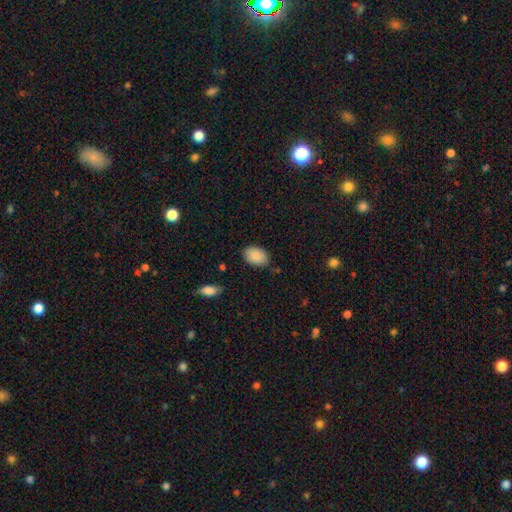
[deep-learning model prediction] smooth-or-featured: smooth: 89% | star or artifact: 7% | featured or disk: 4%
  how-rounded: in between: 86% | round: 13% | cigar-shaped: 1%
  merging: none: 80% | minor disturbance: 15% | major disturbance: 3% | merger: 2%